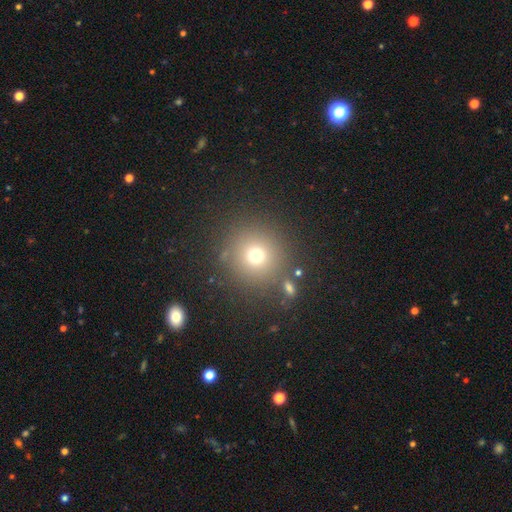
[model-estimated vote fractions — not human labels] A smooth galaxy with no disk features (71%) that is round (93%).

Vote fractions:
- Smooth or featured? smooth: 71% / star or artifact: 19% / featured or disk: 10%
- How rounded? round: 93% / in between: 6% / cigar-shaped: 1%
- Merging? none: 82% / minor disturbance: 8% / merger: 6% / major disturbance: 4%